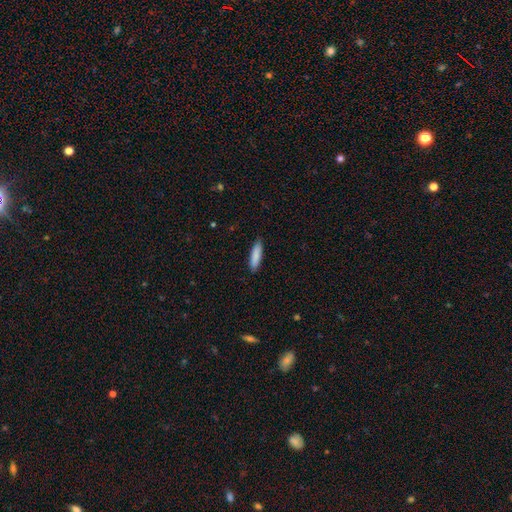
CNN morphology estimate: A smooth galaxy with no disk features (87%) that is cigar-shaped (66%). Merging: none (88%).